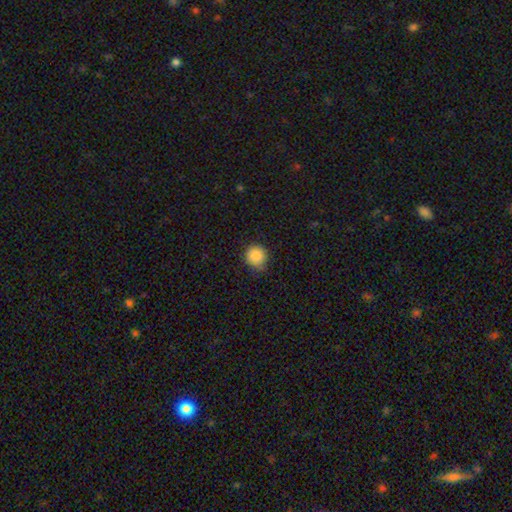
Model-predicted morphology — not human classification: smooth-or-featured: smooth: 87% | star or artifact: 9% | featured or disk: 4%
  how-rounded: round: 90% | in between: 9% | cigar-shaped: 1%
  merging: none: 78% | minor disturbance: 18% | major disturbance: 3% | merger: 1%